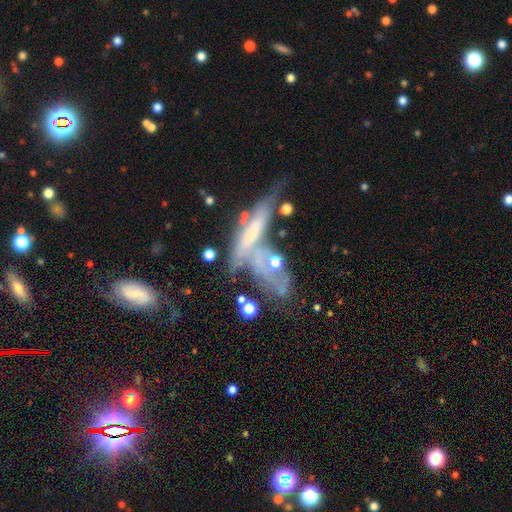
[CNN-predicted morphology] The model was most divided on "edge-on disk": no: 53%, yes: 47%. Remaining: smooth or featured — featured or disk (61%); merging — merger (43%).